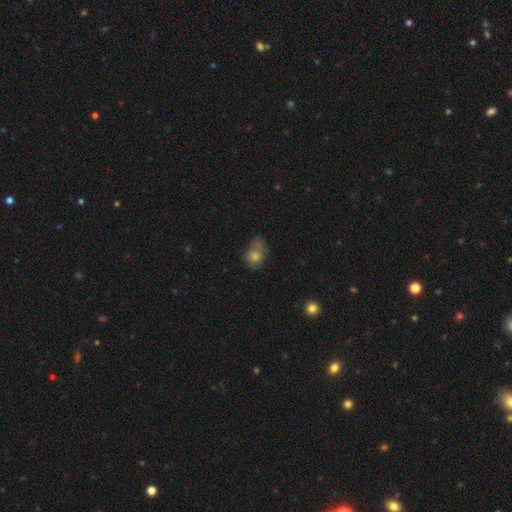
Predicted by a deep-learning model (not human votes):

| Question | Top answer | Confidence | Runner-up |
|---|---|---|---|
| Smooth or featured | smooth | 59% | featured or disk (26%) |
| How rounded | in between | 60% | round (39%) |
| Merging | none | 43% | minor disturbance (30%) |